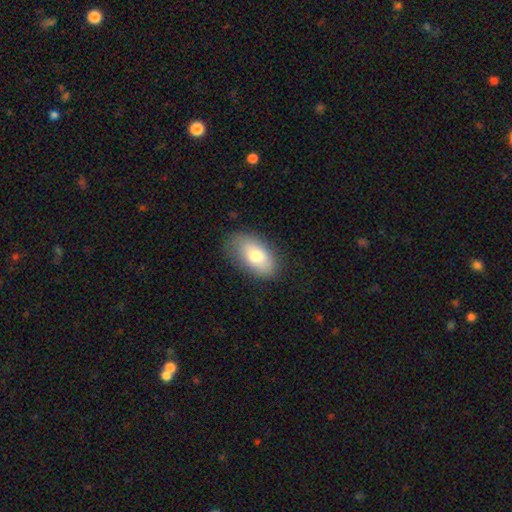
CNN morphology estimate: smooth_or_featured: smooth (p=0.76) [alt: featured or disk p=0.17]
how_rounded: in between (p=0.93) [alt: round p=0.04]
merging: none (p=0.78) [alt: minor disturbance p=0.16]